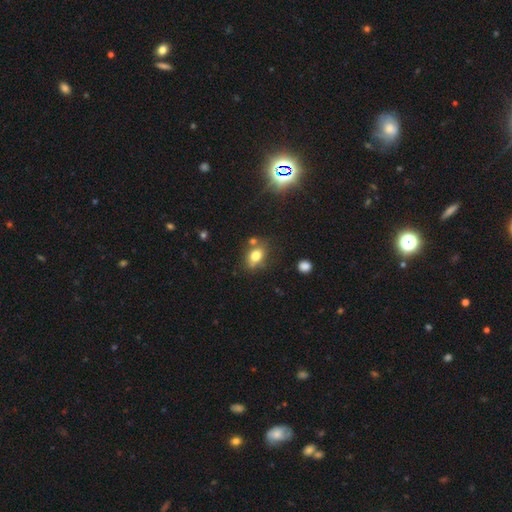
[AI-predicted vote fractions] A smooth galaxy with no disk features (76%) that is in between round and cigar-shaped (73%). Merging: none (65%).